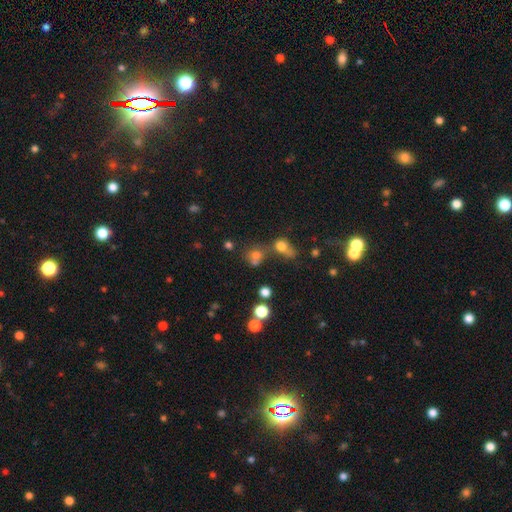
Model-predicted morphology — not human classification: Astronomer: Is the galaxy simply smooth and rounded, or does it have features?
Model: smooth — 68%.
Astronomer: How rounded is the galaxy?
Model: round — 73%.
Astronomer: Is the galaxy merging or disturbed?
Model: none — 40%, tied with merger at 40%.